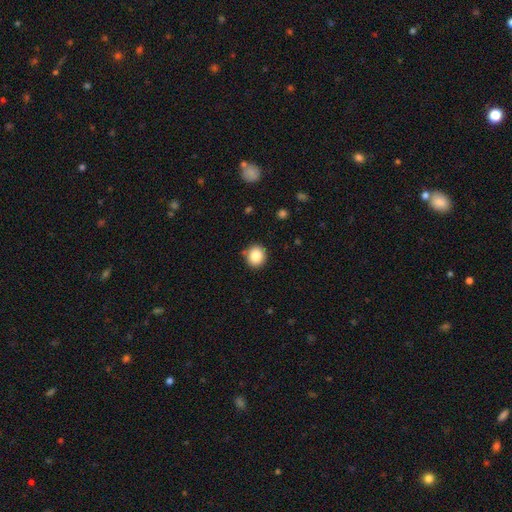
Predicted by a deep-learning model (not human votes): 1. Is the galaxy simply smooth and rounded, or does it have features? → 85% smooth, 9% star or artifact, 6% featured or disk.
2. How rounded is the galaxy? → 87% round, 12% in between, 1% cigar-shaped.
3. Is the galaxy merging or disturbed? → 87% none, 9% minor disturbance, 2% merger, 2% major disturbance.